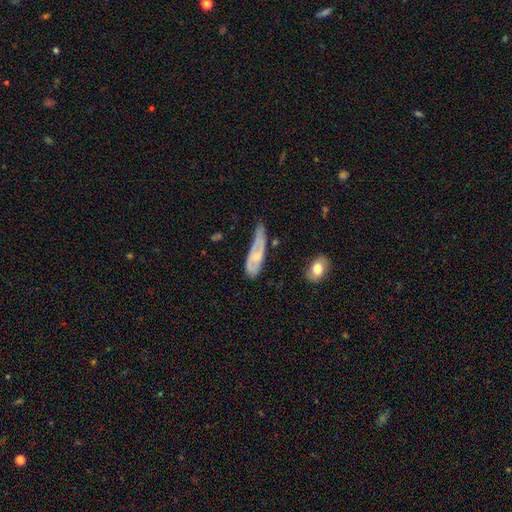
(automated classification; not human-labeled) This appears to be a featured or disk galaxy (52%). Merging: minor disturbance (40%).